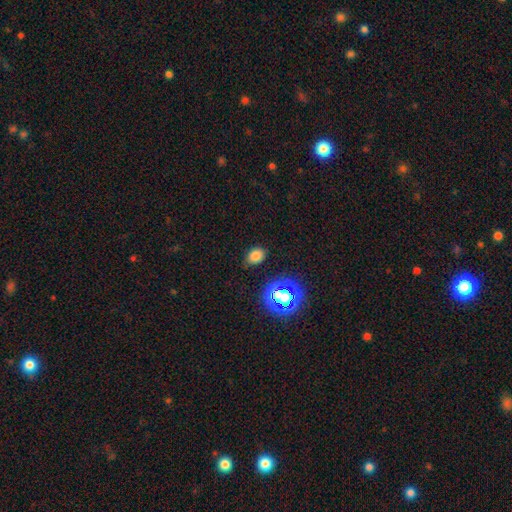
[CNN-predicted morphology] Smooth or featured? Predicted: smooth (p=0.75). How rounded? Predicted: in between (p=0.68). Merging? Predicted: none (p=0.82).